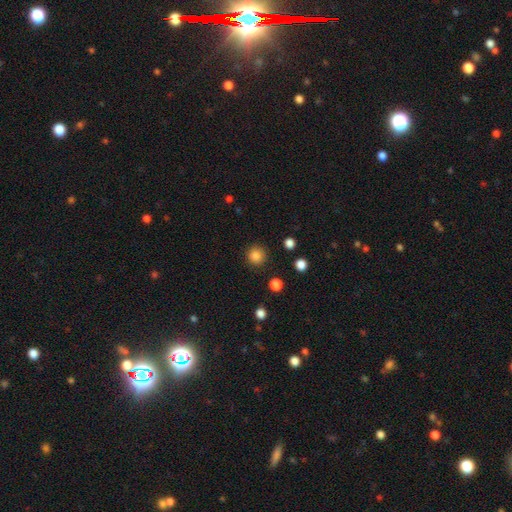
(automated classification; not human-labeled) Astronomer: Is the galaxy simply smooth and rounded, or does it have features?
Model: smooth — 84%.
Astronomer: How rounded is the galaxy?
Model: round — 94%.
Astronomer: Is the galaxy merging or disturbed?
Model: none — 90%.